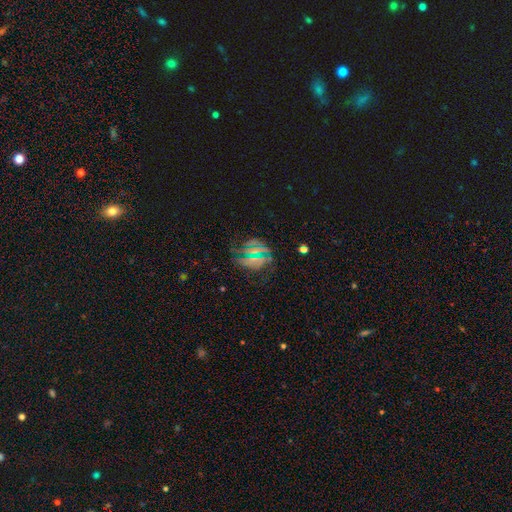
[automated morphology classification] type=star or artifact (38%).